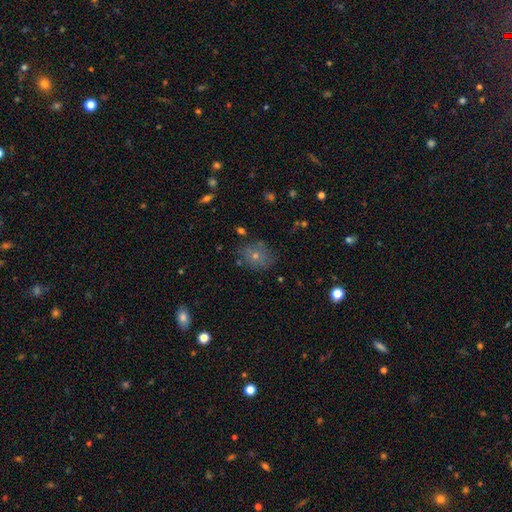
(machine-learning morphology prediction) The model was most divided on "how rounded": round: 56%, in between: 43%, cigar-shaped: 1%. More confident: merging — none (73%); smooth or featured — smooth (67%).